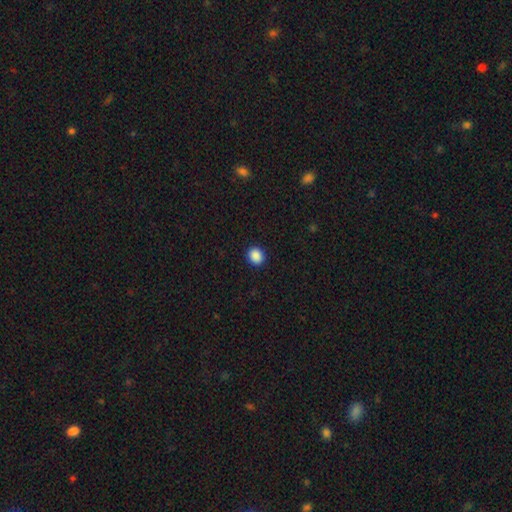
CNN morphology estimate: Overall: smooth (89%). How rounded: round (74%). Merging: none (92%).